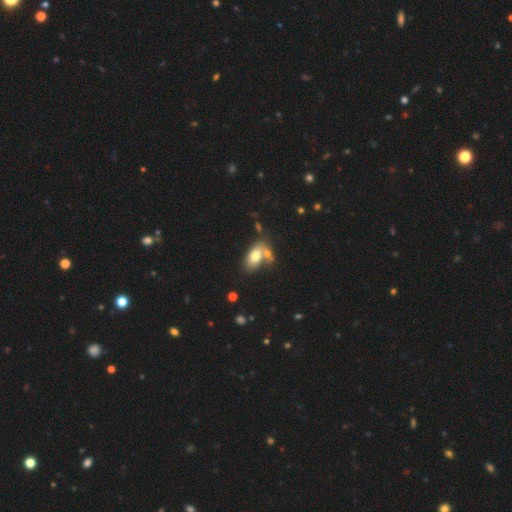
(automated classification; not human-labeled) Smooth or featured: smooth — 74% (featured or disk — 18%)
How rounded: in between — 90% (round — 7%)
Merging: none — 47% (merger — 33%)